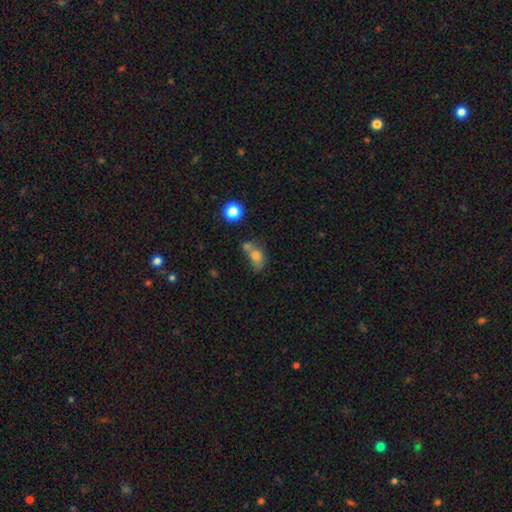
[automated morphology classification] Smooth or featured? smooth (72%)
How rounded? in between (69%)
Merging? merger (46%)